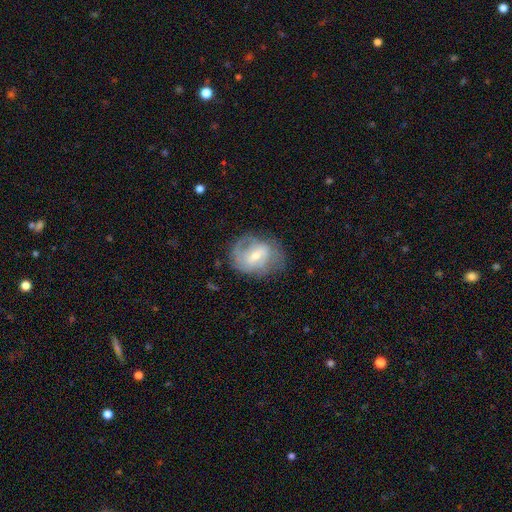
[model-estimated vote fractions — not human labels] Smooth or featured: featured or disk — 67% (smooth — 26%)
Edge-on disk: no — 96% (yes — 4%)
Bar: weak — 54% (strong — 25%)
Spiral arms: yes — 79% (no — 21%)
Spiral winding: medium — 42% (tight — 38%)
Spiral arm count: 2 — 45% (can't tell — 32%)
Bulge size: small — 48% (moderate — 45%)
Merging: none — 60% (minor disturbance — 24%)